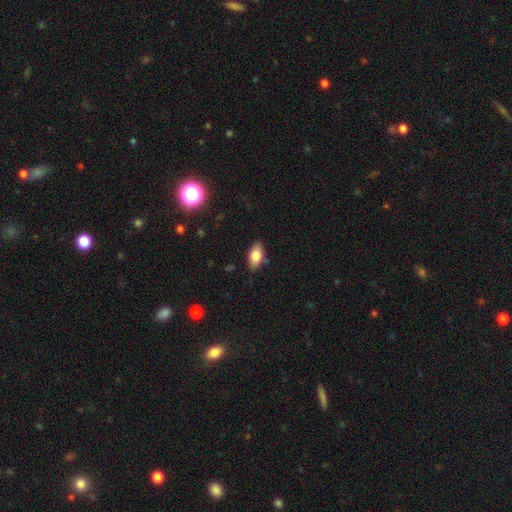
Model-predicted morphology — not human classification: This is clearly a smooth galaxy (82%). How rounded: clearly in between (91%). Merging: clearly none (83%).